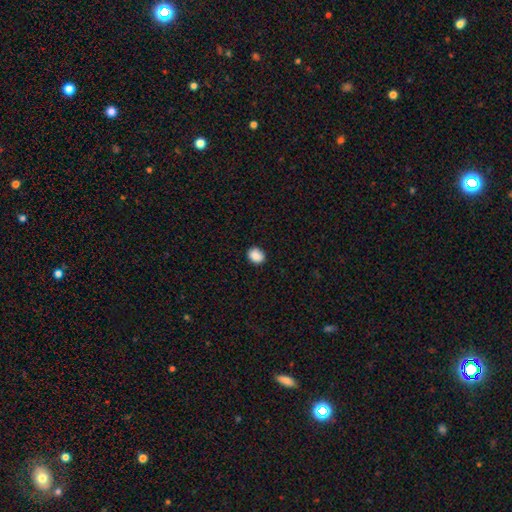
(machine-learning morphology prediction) Smooth or featured? smooth (89%)
How rounded? in between (51%)
Merging? none (89%)